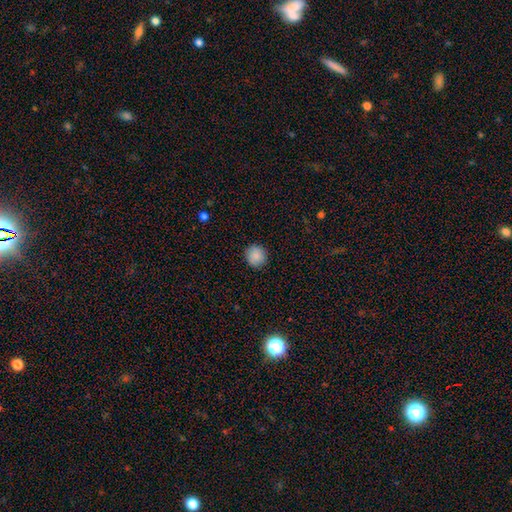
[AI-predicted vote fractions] A smooth galaxy with no disk features (88%) that is round (93%). Merging: none (91%).